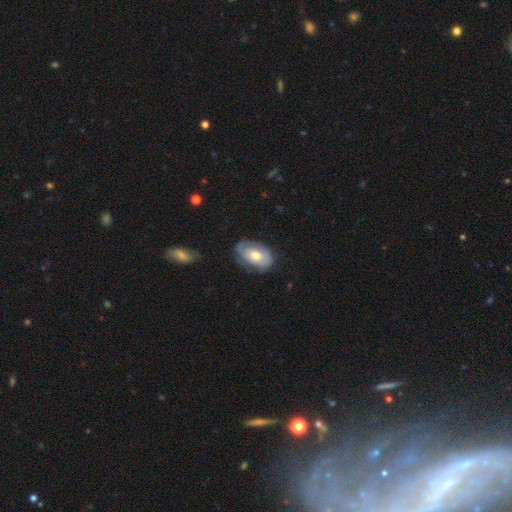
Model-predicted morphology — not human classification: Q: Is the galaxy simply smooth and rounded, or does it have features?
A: smooth — 55%.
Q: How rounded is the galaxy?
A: in between — 89%.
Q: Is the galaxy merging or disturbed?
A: none — 66%.